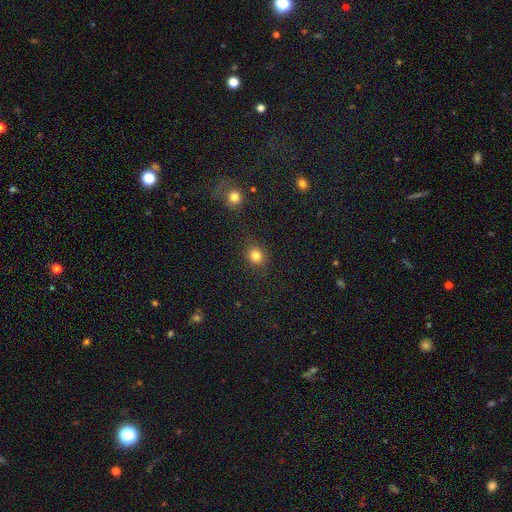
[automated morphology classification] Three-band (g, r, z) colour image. It shows a smooth galaxy with no disk features (82%) that is round (75%). Merging: none (85%).